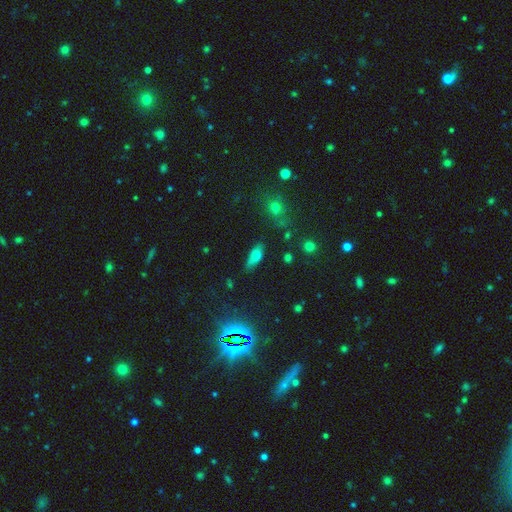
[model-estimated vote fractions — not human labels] smooth-or-featured: smooth: 67% | featured or disk: 19% | star or artifact: 14%
  how-rounded: in between: 73% | cigar-shaped: 22% | round: 5%
  merging: none: 66% | minor disturbance: 23% | major disturbance: 7% | merger: 4%